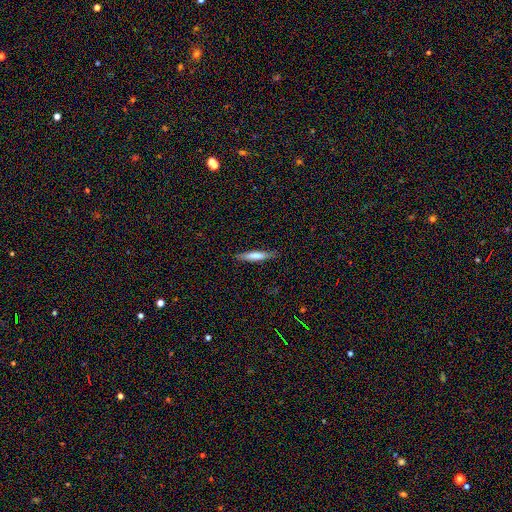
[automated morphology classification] Smooth or featured?
  - smooth: 66% *
  - featured or disk: 28%
  - star or artifact: 6%
How rounded?
  - cigar-shaped: 89% *
  - in between: 10%
  - round: 1%
Merging?
  - none: 87% *
  - minor disturbance: 10%
  - major disturbance: 2%
  - merger: 1%